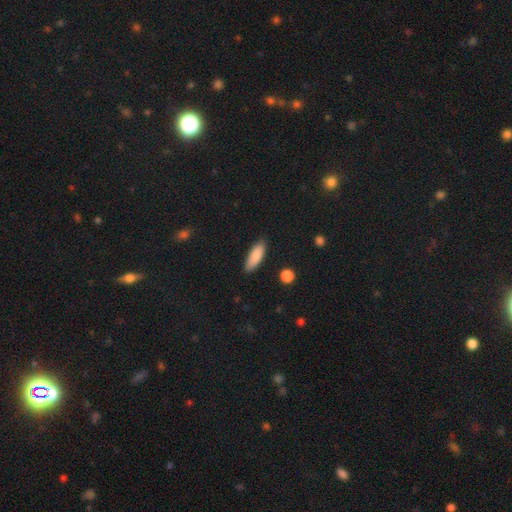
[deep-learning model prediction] Smooth or featured: smooth — 86% (featured or disk — 8%)
How rounded: in between — 62% (cigar-shaped — 36%)
Merging: none — 87% (minor disturbance — 10%)